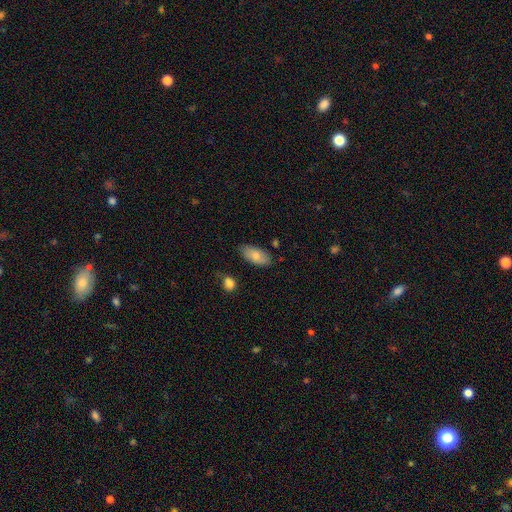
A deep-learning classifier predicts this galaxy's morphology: Smooth or featured? smooth (80%)
How rounded? in between (92%)
Merging? none (79%)